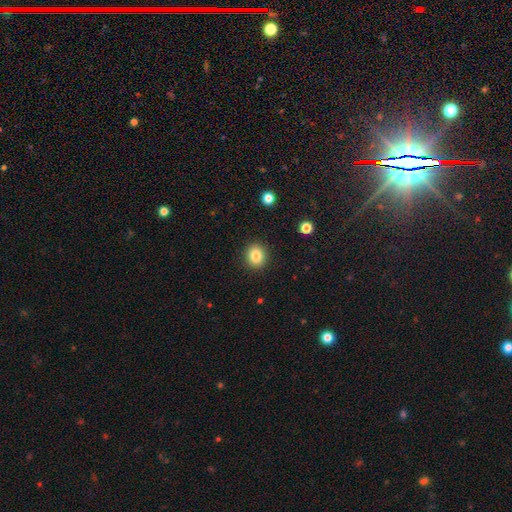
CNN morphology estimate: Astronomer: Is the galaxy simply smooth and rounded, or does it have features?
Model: smooth — 84%.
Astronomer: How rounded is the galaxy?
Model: round — 74%.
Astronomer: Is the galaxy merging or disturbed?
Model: none — 91%.